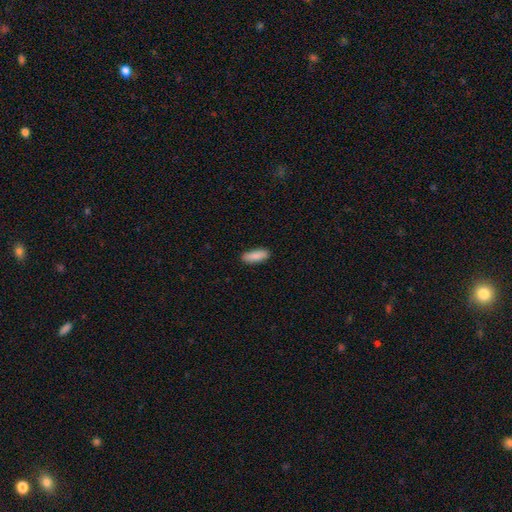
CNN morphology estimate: smooth-or-featured: smooth: 89% | star or artifact: 6% | featured or disk: 5%
  how-rounded: in between: 65% | cigar-shaped: 34% | round: 2%
  merging: none: 90% | minor disturbance: 8% | major disturbance: 2% | merger: 1%